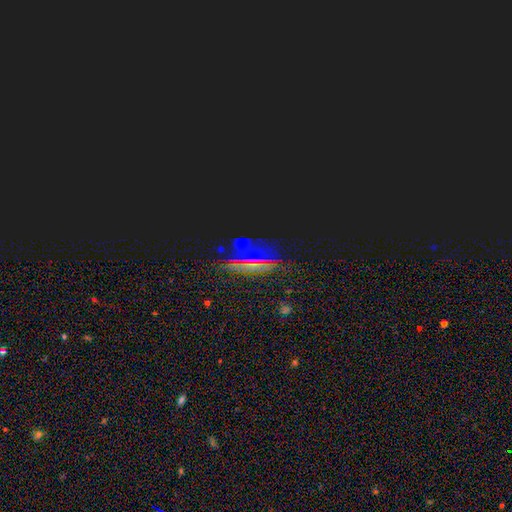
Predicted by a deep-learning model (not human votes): Morphology: type=star or artifact (58%).